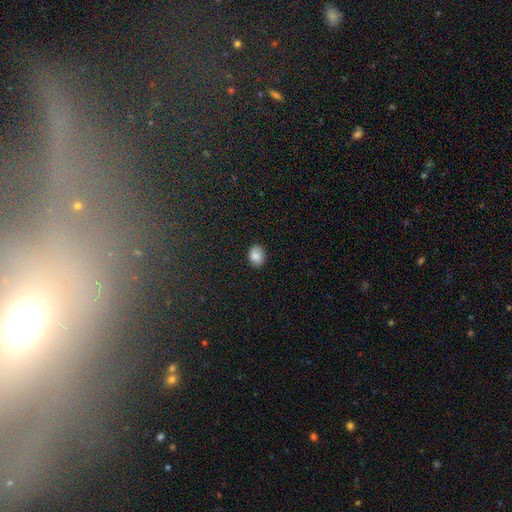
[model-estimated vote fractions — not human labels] A smooth galaxy with no disk features (87%) that is in between round and cigar-shaped (61%).

Vote fractions:
- Smooth or featured? smooth: 87% / star or artifact: 8% / featured or disk: 4%
- How rounded? in between: 61% / round: 38% / cigar-shaped: 1%
- Merging? none: 86% / minor disturbance: 11% / major disturbance: 2% / merger: 1%